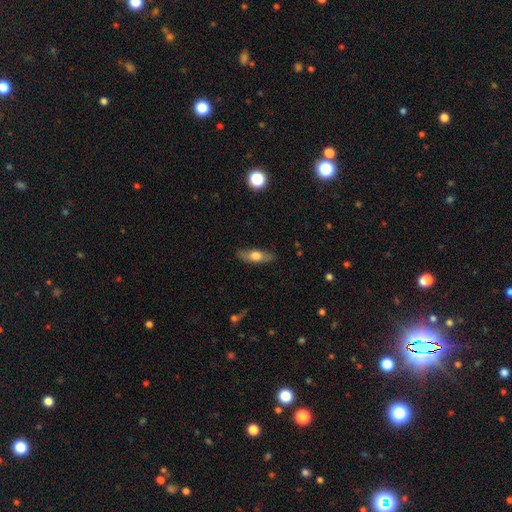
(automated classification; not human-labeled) Smooth or featured?
  - smooth: 58% *
  - featured or disk: 35%
  - star or artifact: 6%
How rounded?
  - in between: 55% *
  - cigar-shaped: 41%
  - round: 4%
Merging?
  - none: 85% *
  - minor disturbance: 11%
  - major disturbance: 3%
  - merger: 1%